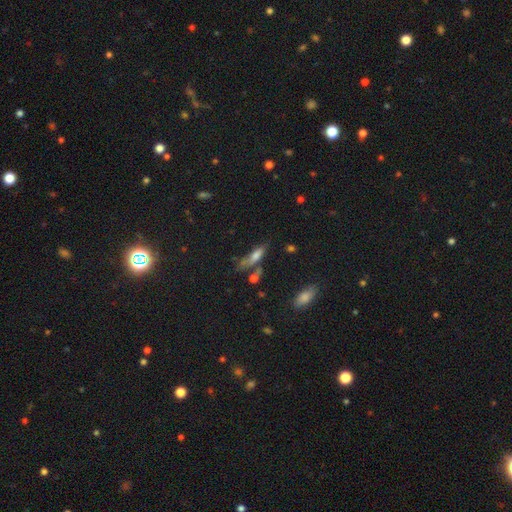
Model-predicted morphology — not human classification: Overall: smooth (62%; featured or disk 26%). How rounded: cigar-shaped (56%; in between 40%). Merging: none (45%; minor disturbance 24%).